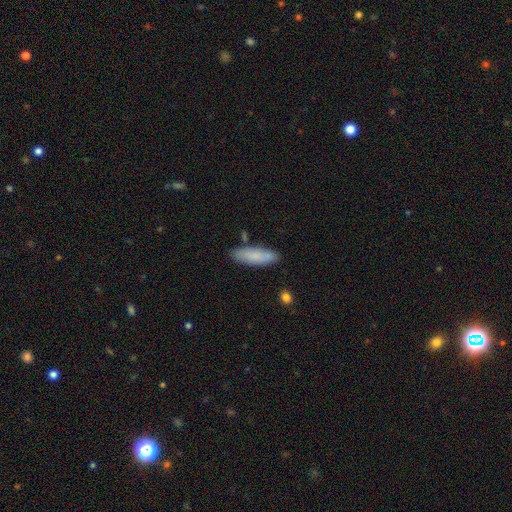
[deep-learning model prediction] Smooth or featured? Predicted: smooth (p=0.81). How rounded? Predicted: cigar-shaped (p=0.53). Merging? Predicted: none (p=0.81).